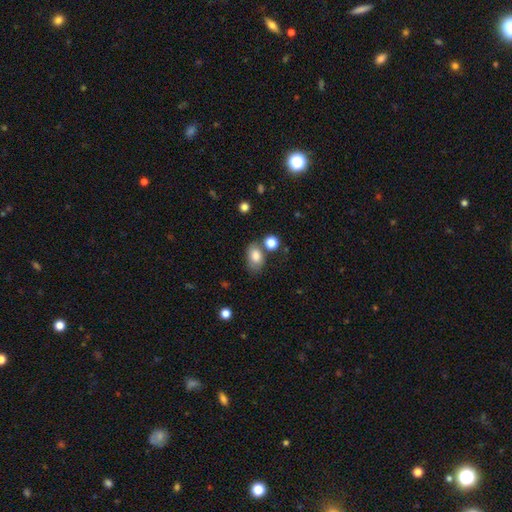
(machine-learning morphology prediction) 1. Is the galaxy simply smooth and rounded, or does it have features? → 81% smooth, 10% featured or disk, 8% star or artifact.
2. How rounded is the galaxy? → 84% in between, 15% round, 1% cigar-shaped.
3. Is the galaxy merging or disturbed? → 61% none, 19% minor disturbance, 14% merger, 6% major disturbance.